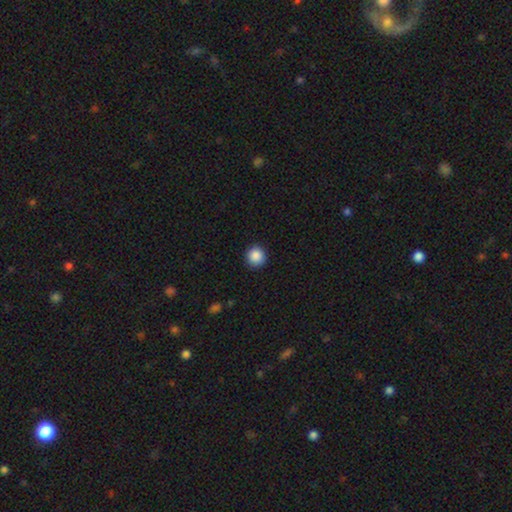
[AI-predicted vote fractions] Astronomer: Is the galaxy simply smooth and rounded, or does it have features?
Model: smooth — 88%.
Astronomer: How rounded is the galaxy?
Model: round — 94%.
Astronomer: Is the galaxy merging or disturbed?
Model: none — 91%.